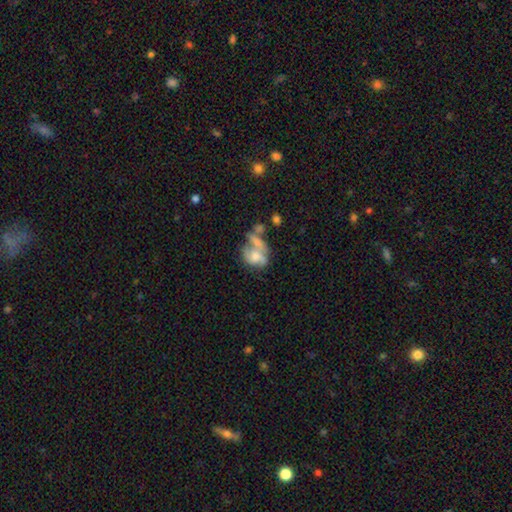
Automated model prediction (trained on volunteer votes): A featured or disk galaxy (45%, tied with smooth).

Vote fractions:
- Smooth or featured? featured or disk: 45% (tied) / smooth: 45% (tied) / star or artifact: 9%
- Merging? merger: 40% / major disturbance: 23% / none: 22% / minor disturbance: 16%